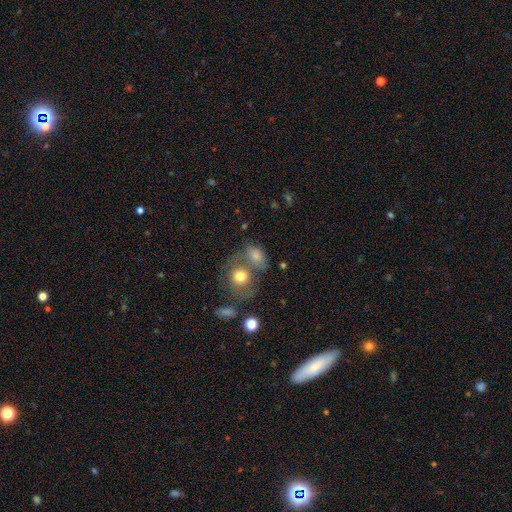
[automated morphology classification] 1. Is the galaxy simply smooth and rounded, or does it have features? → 73% smooth, 17% featured or disk, 10% star or artifact.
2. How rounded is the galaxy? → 63% in between, 35% round, 2% cigar-shaped.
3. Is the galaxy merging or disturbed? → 41% merger, 35% none, 15% minor disturbance, 9% major disturbance.